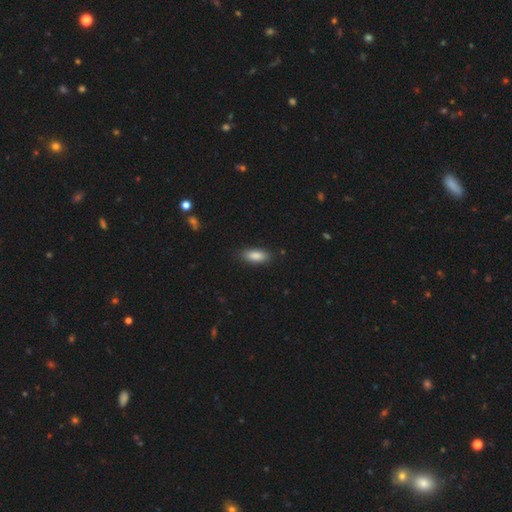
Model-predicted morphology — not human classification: The model was most divided on "how rounded": in between: 79%, cigar-shaped: 19%, round: 2%. More confident: smooth or featured — smooth (87%); merging — none (87%).